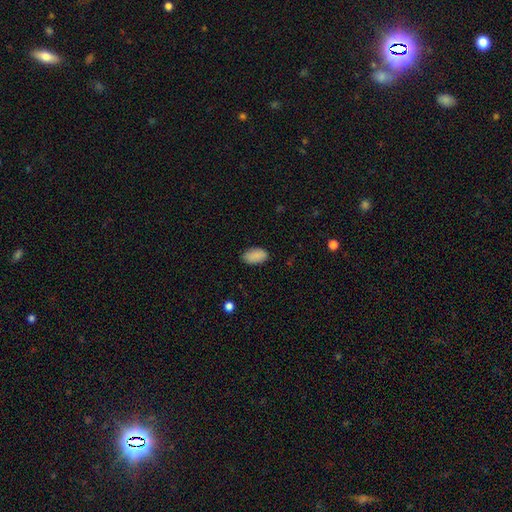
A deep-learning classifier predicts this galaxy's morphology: Smooth or featured? smooth (89%)
How rounded? in between (94%)
Merging? none (85%)